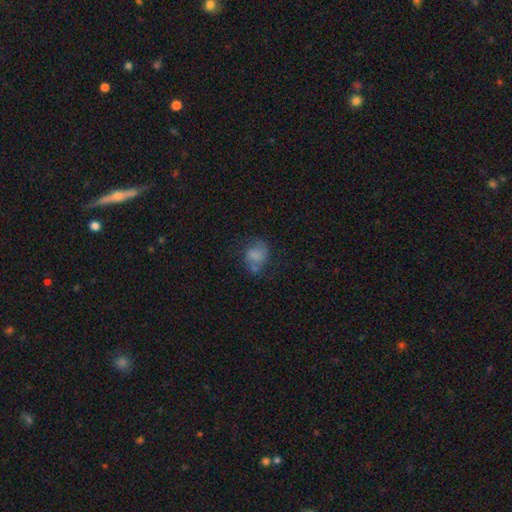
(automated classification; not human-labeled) Morphology: type=smooth (56%); roundness=round (51%); merging=none (48%).